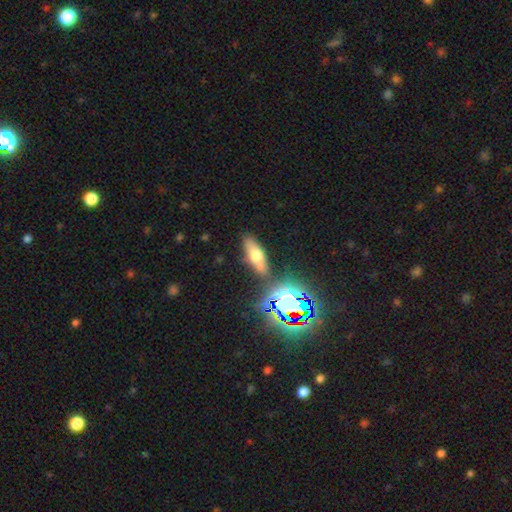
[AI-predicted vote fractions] This is possibly a smooth galaxy (52%). How rounded: likely in between (64%). Merging: likely none (70%).